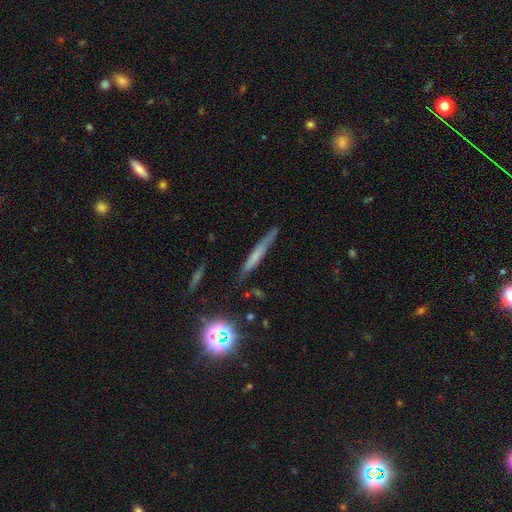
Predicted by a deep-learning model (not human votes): smooth_or_featured: smooth (p=0.50) [alt: featured or disk p=0.35]
how_rounded: cigar-shaped (p=0.91) [alt: in between p=0.05]
merging: none (p=0.80) [alt: minor disturbance p=0.15]